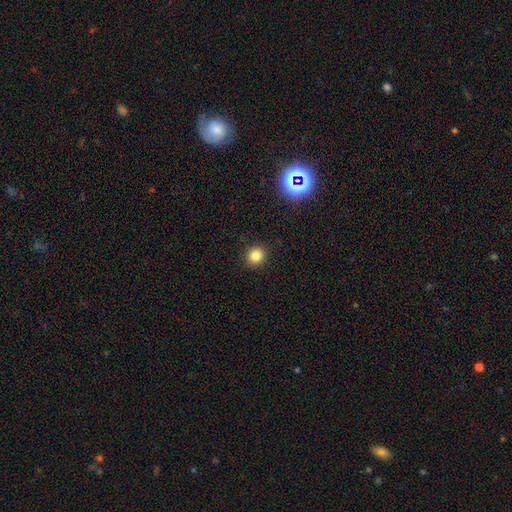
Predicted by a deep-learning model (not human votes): smooth 82%, star or artifact 12%, featured or disk 5%. Down the decision tree: how rounded — round (87%); merging — none (92%).